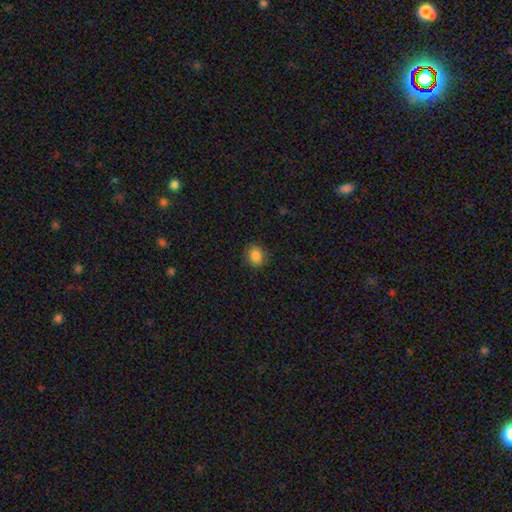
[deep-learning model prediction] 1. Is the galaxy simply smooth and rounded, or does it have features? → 86% smooth, 10% star or artifact, 4% featured or disk.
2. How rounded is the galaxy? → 75% round, 24% in between, 1% cigar-shaped.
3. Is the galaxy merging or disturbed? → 86% none, 10% minor disturbance, 3% major disturbance, 1% merger.